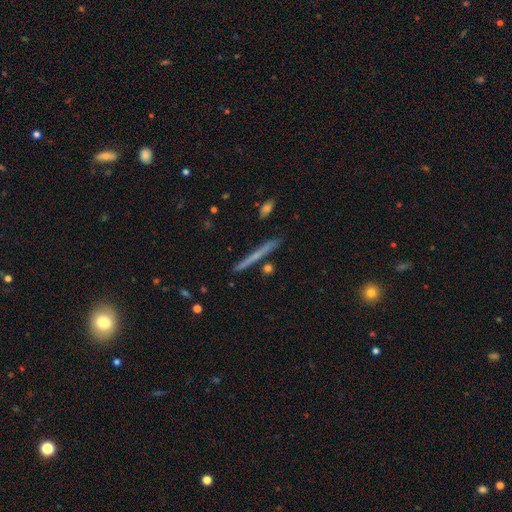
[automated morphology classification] smooth-or-featured: featured or disk: 47% | smooth: 46% | star or artifact: 7%
  merging: none: 88% | minor disturbance: 8% | merger: 3% | major disturbance: 2%